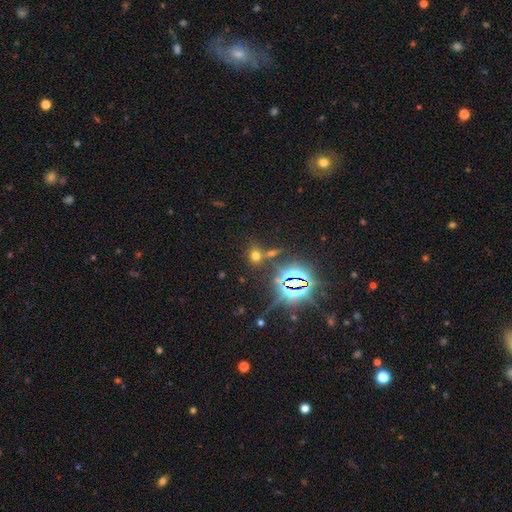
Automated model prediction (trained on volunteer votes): Smooth or featured?
  - smooth: 51% *
  - star or artifact: 40%
  - featured or disk: 9%
How rounded?
  - round: 58% *
  - in between: 39%
  - cigar-shaped: 3%
Merging?
  - none: 67% *
  - merger: 18%
  - minor disturbance: 10%
  - major disturbance: 5%